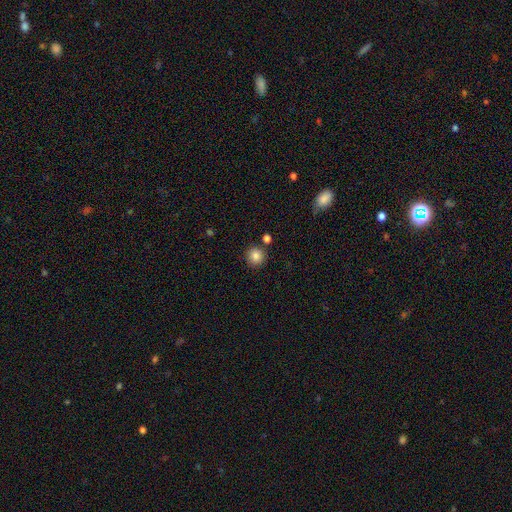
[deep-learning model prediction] Smooth or featured: smooth — 85% (star or artifact — 10%)
How rounded: round — 93% (in between — 6%)
Merging: none — 85% (minor disturbance — 8%)